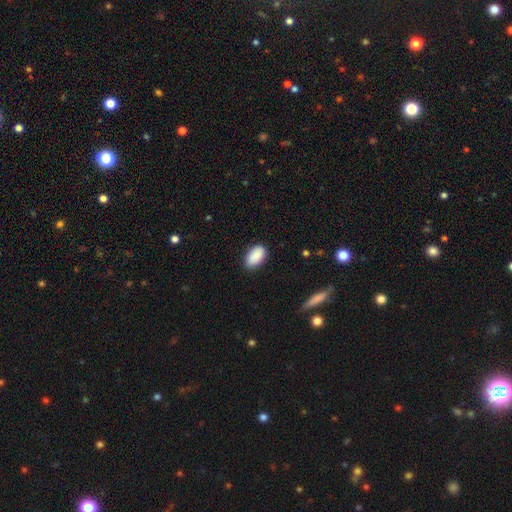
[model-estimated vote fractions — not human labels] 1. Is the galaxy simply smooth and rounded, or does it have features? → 89% smooth, 7% star or artifact, 4% featured or disk.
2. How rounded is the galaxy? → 93% in between, 5% round, 2% cigar-shaped.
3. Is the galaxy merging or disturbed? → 83% none, 13% minor disturbance, 3% major disturbance, 1% merger.